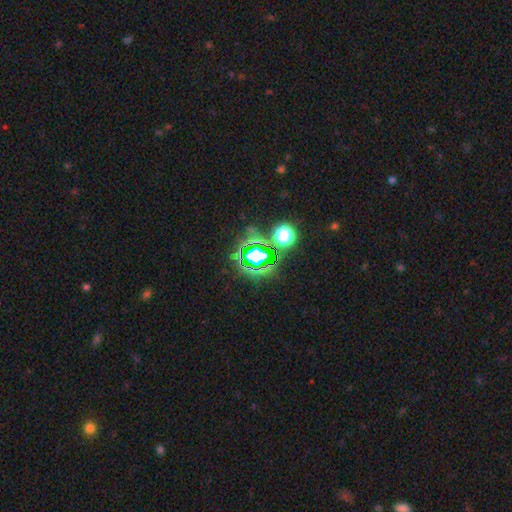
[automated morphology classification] This is likely a star or artifact rather than a galaxy (73%).